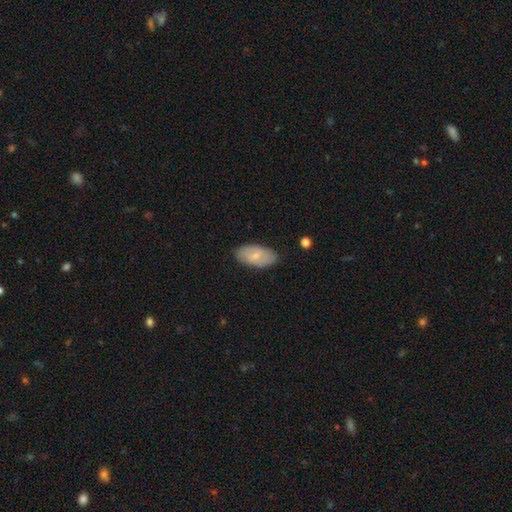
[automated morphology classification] The model was most divided on "smooth or featured": smooth: 67%, featured or disk: 27%, star or artifact: 6%. More confident: how rounded — in between (94%); merging — none (83%).